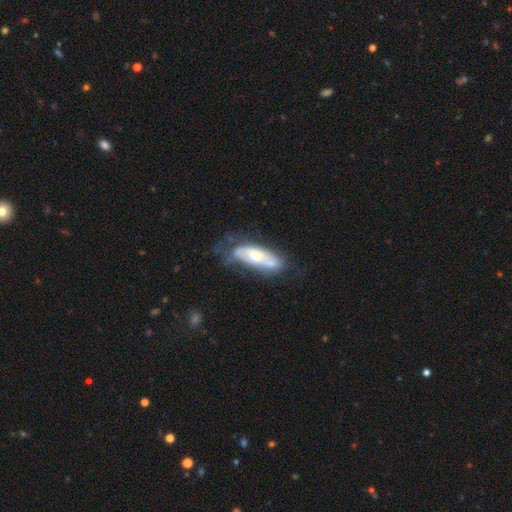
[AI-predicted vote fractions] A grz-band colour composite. It shows a featured or disk galaxy (56%). Merging: none (39%).